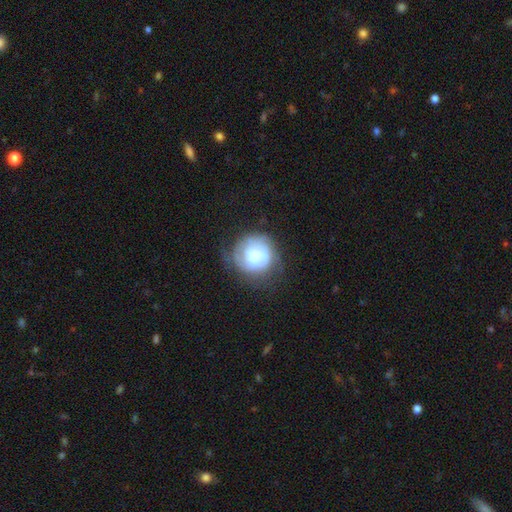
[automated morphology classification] smooth-or-featured: smooth: 47% | featured or disk: 45% | star or artifact: 8%
  merging: none: 52% | minor disturbance: 27% | major disturbance: 20% | merger: 2%